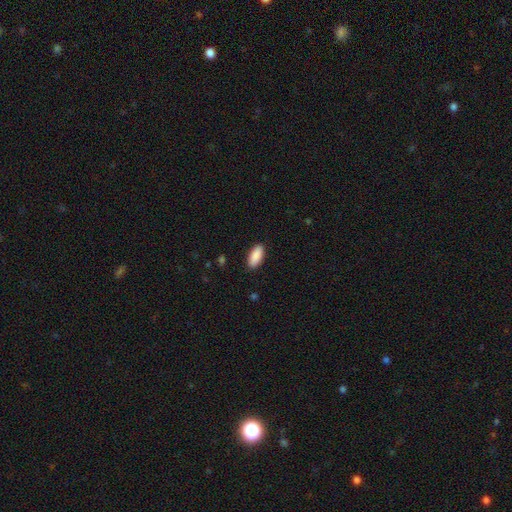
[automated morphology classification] Smooth or featured? Predicted: smooth (p=0.90). How rounded? Predicted: in between (p=0.87). Merging? Predicted: none (p=0.89).